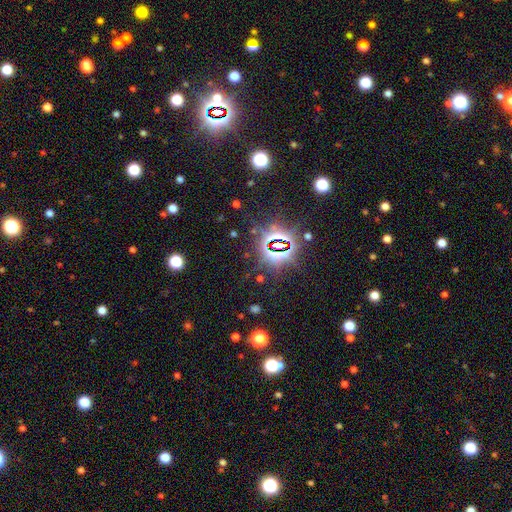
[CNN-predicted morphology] smooth-or-featured: star or artifact: 84% | smooth: 9% | featured or disk: 7%